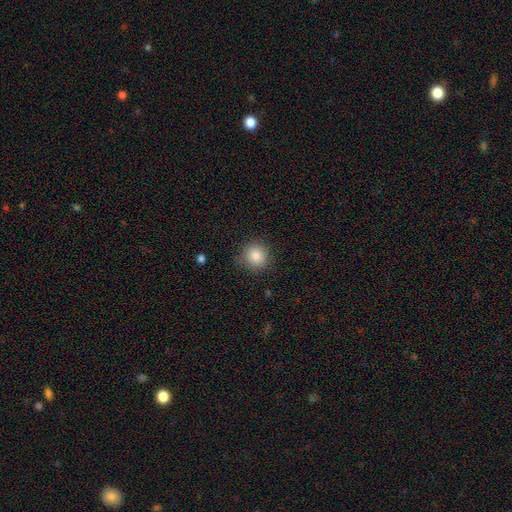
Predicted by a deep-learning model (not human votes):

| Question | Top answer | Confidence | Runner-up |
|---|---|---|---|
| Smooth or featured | smooth | 86% | star or artifact (10%) |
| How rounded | round | 89% | in between (10%) |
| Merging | none | 84% | minor disturbance (12%) |